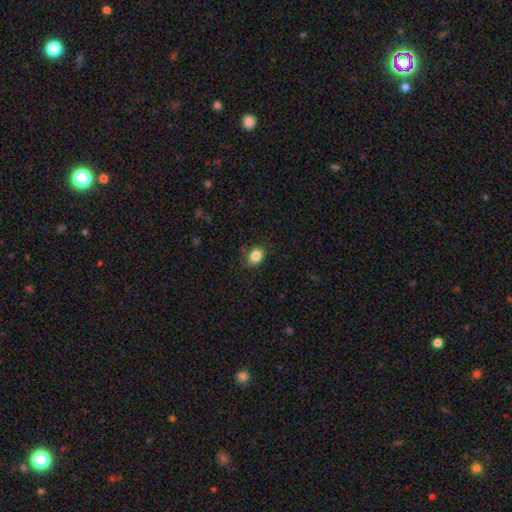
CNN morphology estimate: Smooth or featured? Predicted: smooth (p=0.84). How rounded? Predicted: in between (p=0.63). Merging? Predicted: none (p=0.81).